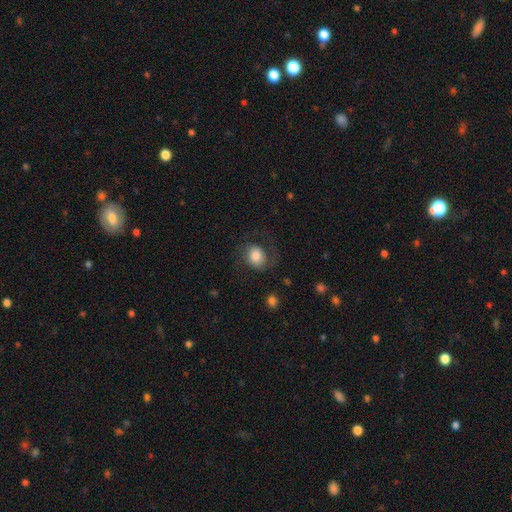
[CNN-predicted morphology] smooth_or_featured: smooth (p=0.57) [alt: featured or disk p=0.35]
how_rounded: round (p=0.55) [alt: in between p=0.44]
merging: none (p=0.57) [alt: major disturbance p=0.23]